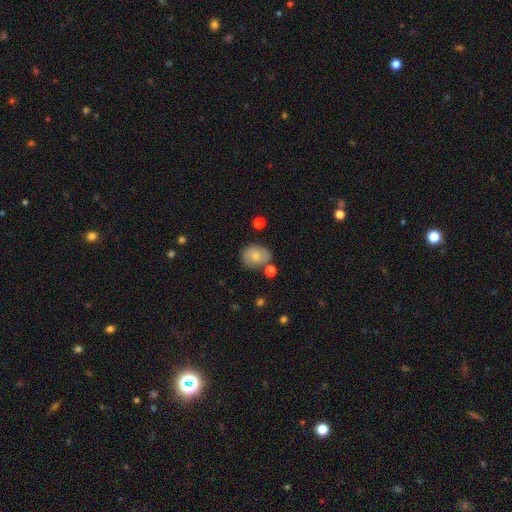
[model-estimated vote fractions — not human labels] Smooth or featured? smooth (60%)
How rounded? round (57%)
Merging? none (68%)